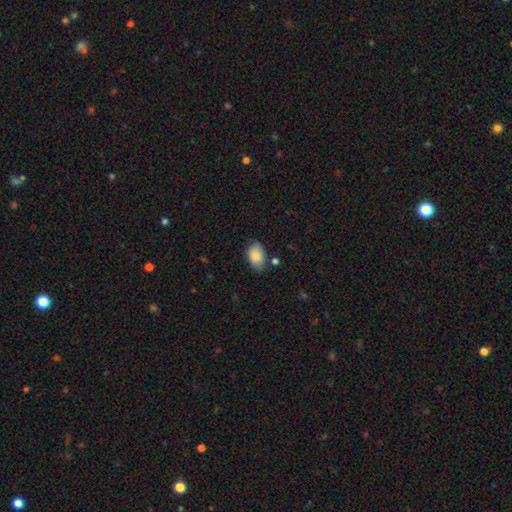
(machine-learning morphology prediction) smooth_or_featured: smooth (p=0.87) [alt: star or artifact p=0.07]
how_rounded: in between (p=0.90) [alt: round p=0.09]
merging: none (p=0.74) [alt: minor disturbance p=0.18]